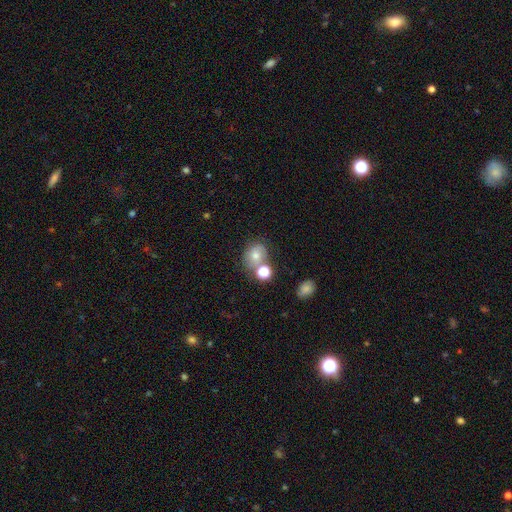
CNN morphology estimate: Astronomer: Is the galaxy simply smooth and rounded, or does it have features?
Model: smooth — 66%.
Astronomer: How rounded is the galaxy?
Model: round — 62% (runner-up: in between, 37%).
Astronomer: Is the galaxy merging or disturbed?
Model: none — 51% (runner-up: merger, 28%).